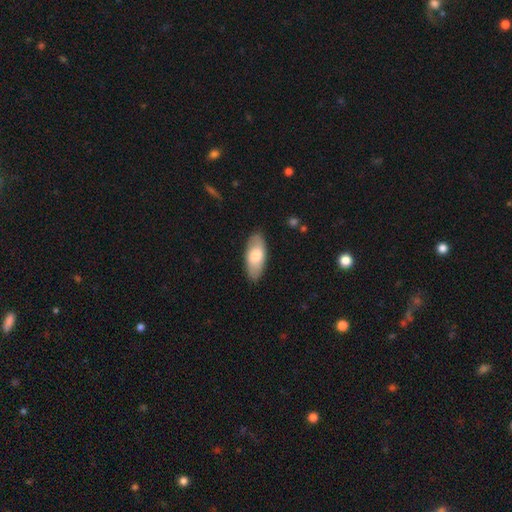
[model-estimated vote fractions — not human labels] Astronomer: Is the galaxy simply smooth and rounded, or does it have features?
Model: smooth — 72%.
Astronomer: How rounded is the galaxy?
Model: in between — 87%.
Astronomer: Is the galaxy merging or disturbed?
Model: none — 85%.